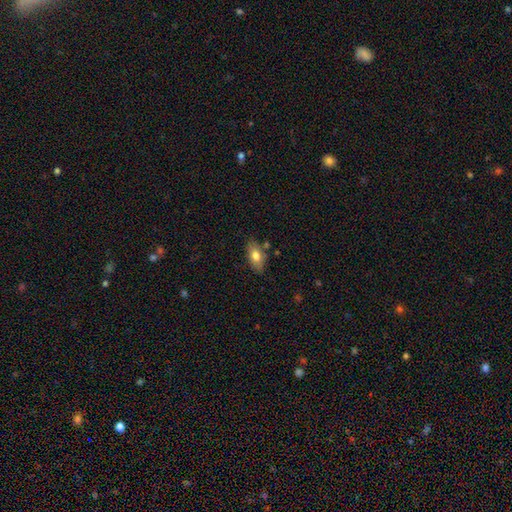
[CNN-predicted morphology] Overall: smooth (75%). How rounded: in between (89%). Merging: none (76%).